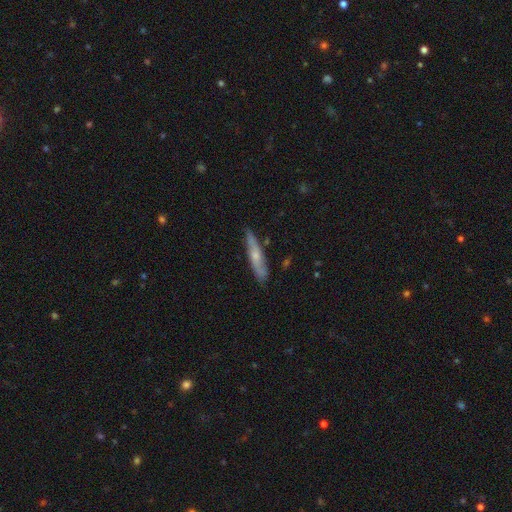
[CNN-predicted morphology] smooth_or_featured: featured or disk (p=0.48) [alt: smooth p=0.46]
merging: none (p=0.81) [alt: minor disturbance p=0.15]